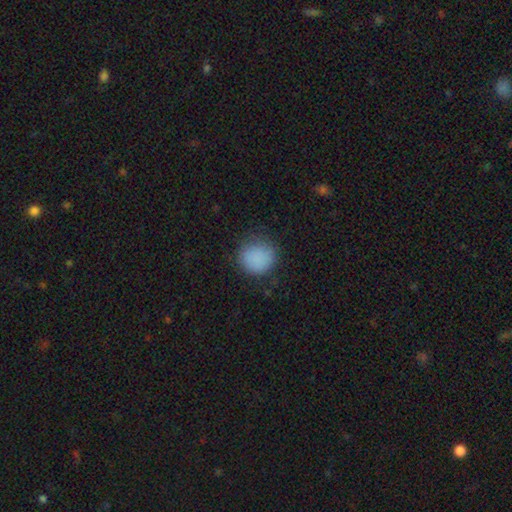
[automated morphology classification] A smooth galaxy with no disk features (86%) that is round (88%).

Vote fractions:
- Smooth or featured? smooth: 86% / star or artifact: 9% / featured or disk: 4%
- How rounded? round: 88% / in between: 11% / cigar-shaped: 1%
- Merging? none: 79% / minor disturbance: 15% / major disturbance: 4% / merger: 1%